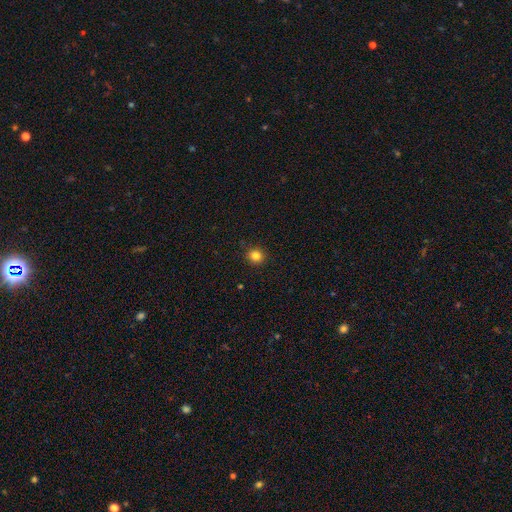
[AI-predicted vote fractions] Smooth or featured? smooth (83%)
How rounded? round (86%)
Merging? none (91%)